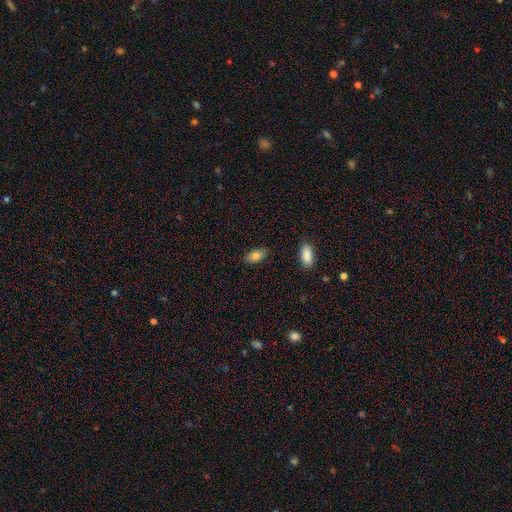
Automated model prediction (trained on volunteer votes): smooth_or_featured: smooth (p=0.82) [alt: featured or disk p=0.09]
how_rounded: in between (p=0.90) [alt: round p=0.06]
merging: none (p=0.84) [alt: minor disturbance p=0.12]